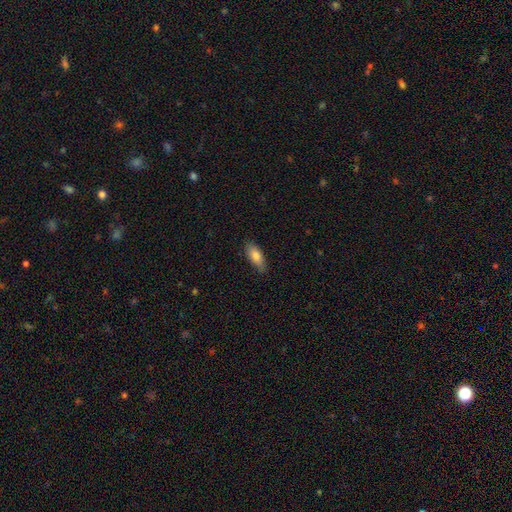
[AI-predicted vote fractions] Smooth or featured?
  - smooth: 80% *
  - featured or disk: 14%
  - star or artifact: 6%
How rounded?
  - in between: 77% *
  - cigar-shaped: 21%
  - round: 2%
Merging?
  - none: 79% *
  - minor disturbance: 18%
  - major disturbance: 3%
  - merger: 1%